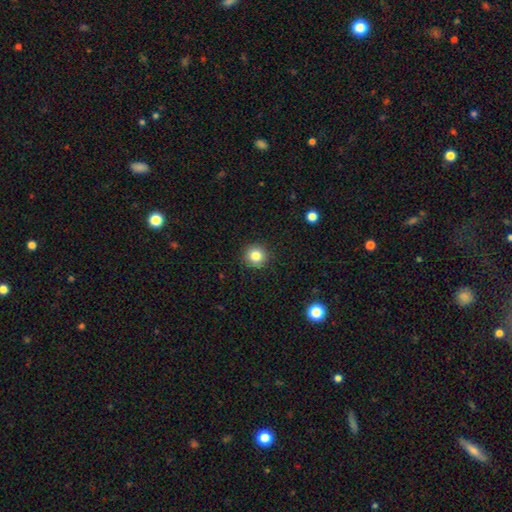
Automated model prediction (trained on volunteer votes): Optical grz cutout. It shows a smooth galaxy with no disk features (83%) that is round (94%). Merging: none (92%).